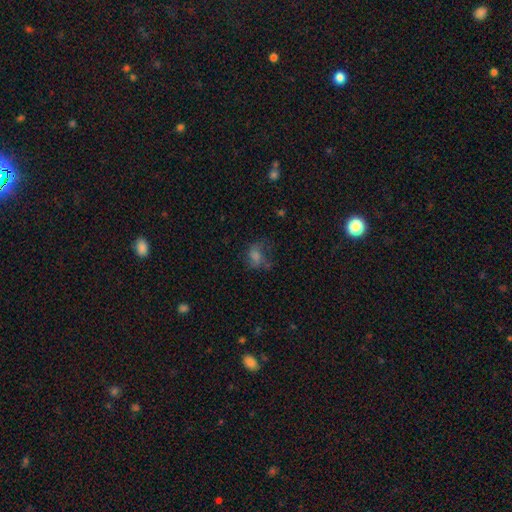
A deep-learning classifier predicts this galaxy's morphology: type=smooth (53%); roundness=in between (59%); merging=none (42%).